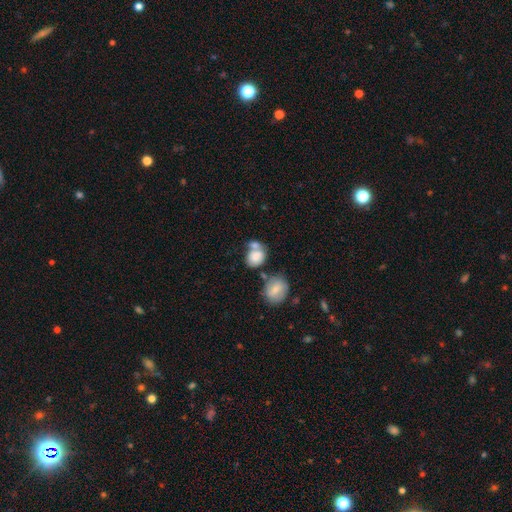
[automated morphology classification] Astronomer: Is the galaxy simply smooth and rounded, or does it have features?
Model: smooth — 79%.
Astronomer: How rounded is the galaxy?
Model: in between — 57% (runner-up: round, 41%).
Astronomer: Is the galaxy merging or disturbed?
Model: merger — 48% (runner-up: none, 33%).